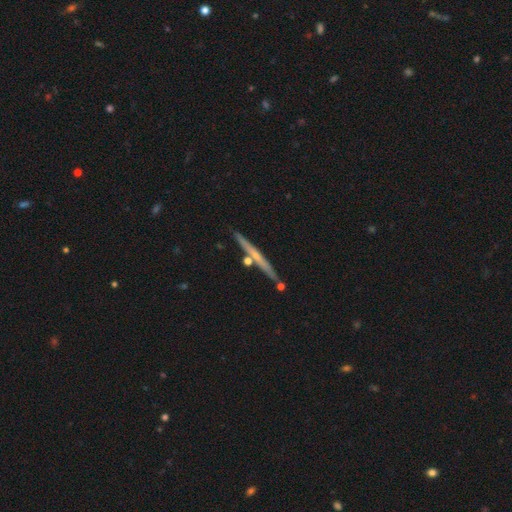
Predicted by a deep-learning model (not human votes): Smooth or featured?
  - featured or disk: 56% *
  - smooth: 38%
  - star or artifact: 7%
Edge-on disk?
  - yes: 97% *
  - no: 3%
Edge-on bulge?
  - none: 65% *
  - rounded: 31%
  - boxy: 4%
Merging?
  - none: 84% *
  - minor disturbance: 8%
  - merger: 6%
  - major disturbance: 2%